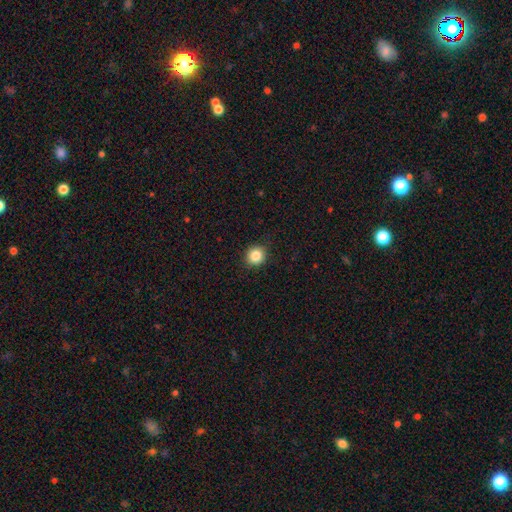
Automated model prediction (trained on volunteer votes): Morphology: type=smooth (86%); roundness=round (88%); merging=none (90%).